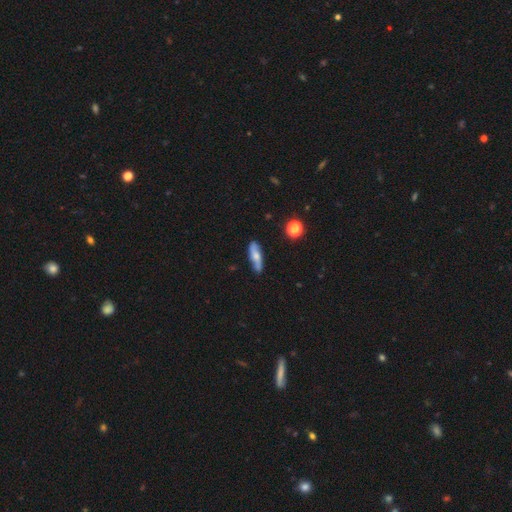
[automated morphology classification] This is possibly a featured or disk galaxy (46%, tied with smooth). Merging: likely none (78%).